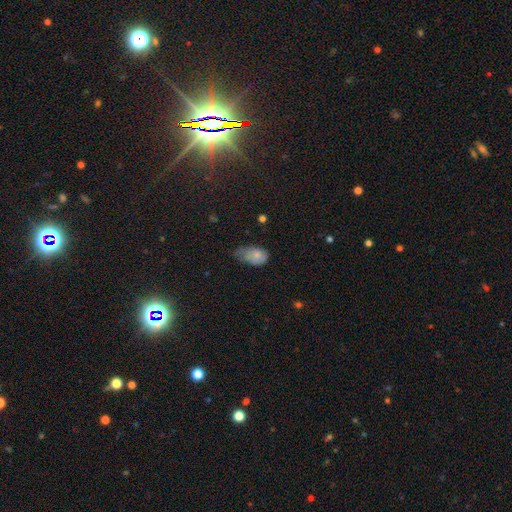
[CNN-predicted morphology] Smooth or featured? smooth (75%)
How rounded? in between (89%)
Merging? minor disturbance (50%)